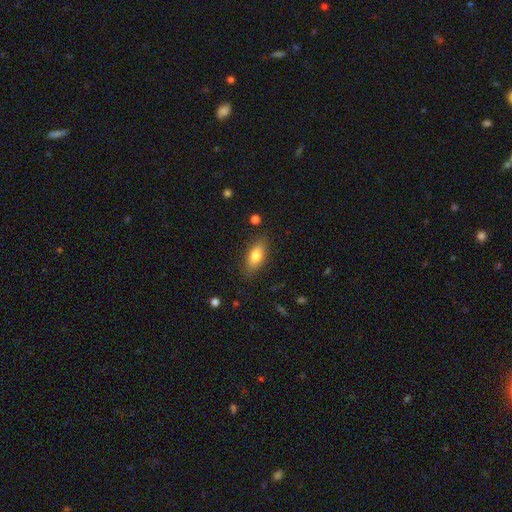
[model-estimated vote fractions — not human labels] Smooth or featured?
  - smooth: 73% *
  - featured or disk: 20%
  - star or artifact: 7%
How rounded?
  - in between: 78% *
  - cigar-shaped: 19%
  - round: 4%
Merging?
  - none: 83% *
  - minor disturbance: 12%
  - major disturbance: 3%
  - merger: 2%